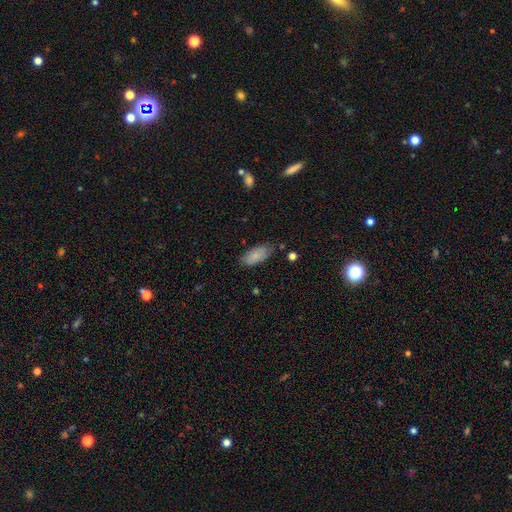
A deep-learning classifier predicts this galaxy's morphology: smooth 82%, featured or disk 12%, star or artifact 6%. Down the decision tree: how rounded — in between (89%); merging — none (73%).